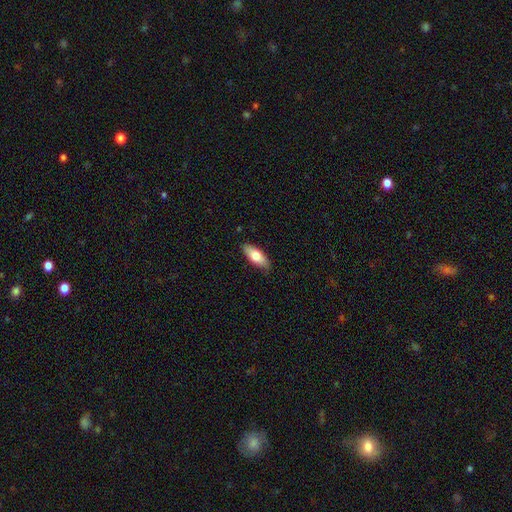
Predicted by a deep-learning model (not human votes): Morphology: type=smooth (75%); roundness=in between (78%); merging=none (85%).